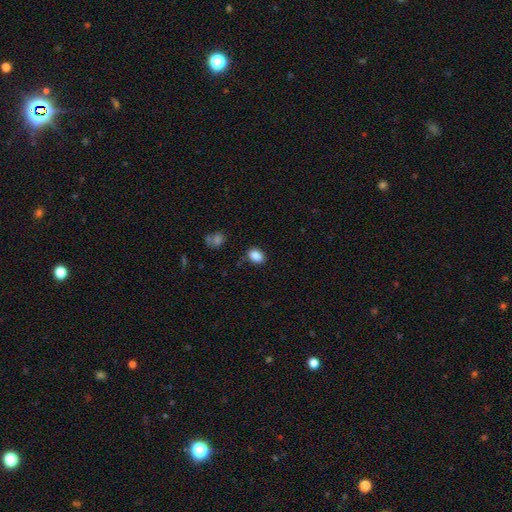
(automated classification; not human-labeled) The model was most divided on "how rounded": in between: 75%, round: 24%, cigar-shaped: 1%. More confident: smooth or featured — smooth (87%); merging — none (82%).